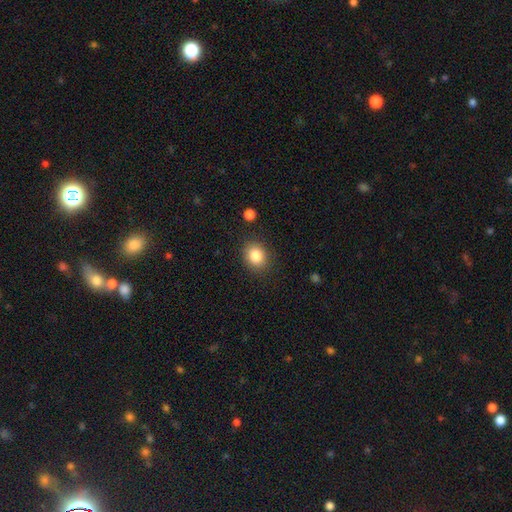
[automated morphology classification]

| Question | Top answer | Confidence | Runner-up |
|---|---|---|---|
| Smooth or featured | smooth | 84% | star or artifact (10%) |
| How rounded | round | 66% | in between (33%) |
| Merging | none | 87% | minor disturbance (9%) |